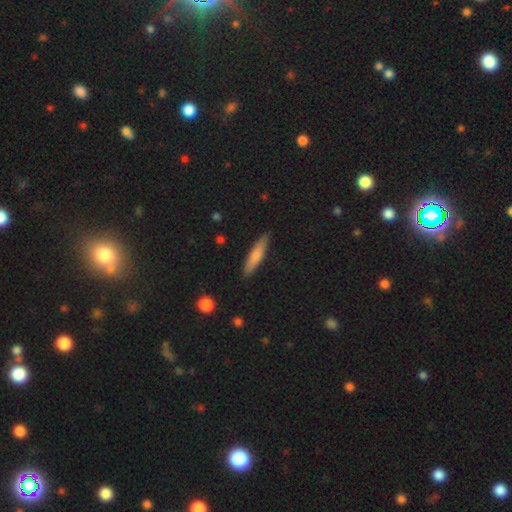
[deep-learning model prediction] Overall: smooth (70%). How rounded: cigar-shaped (84%). Merging: none (87%).